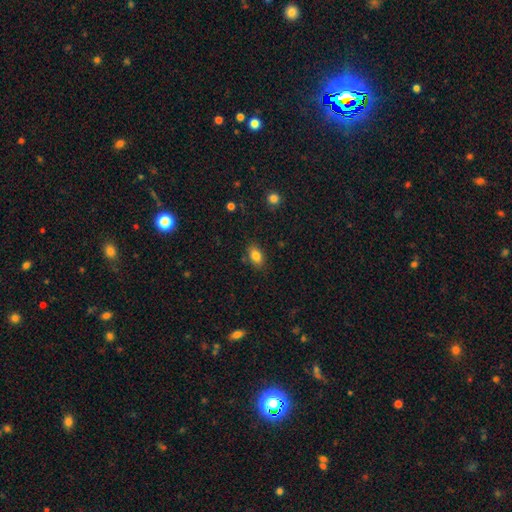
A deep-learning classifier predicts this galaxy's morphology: Overall: smooth (83%). How rounded: in between (86%). Merging: none (83%).